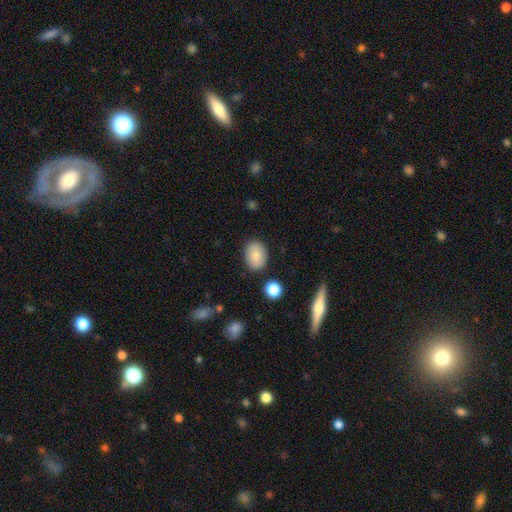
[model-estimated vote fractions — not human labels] This appears to be a smooth galaxy with no disk features (77%) that is in between round and cigar-shaped (68%). Merging: none (84%).